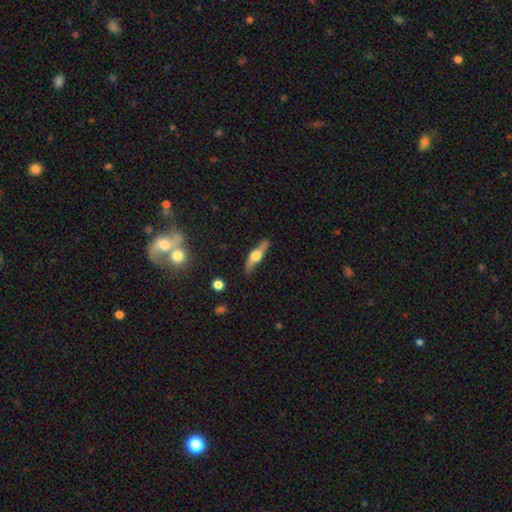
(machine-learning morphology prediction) type=featured or disk (65%); edge-on=yes (91%); edge-on bulge=rounded (94%); merging=none (84%).